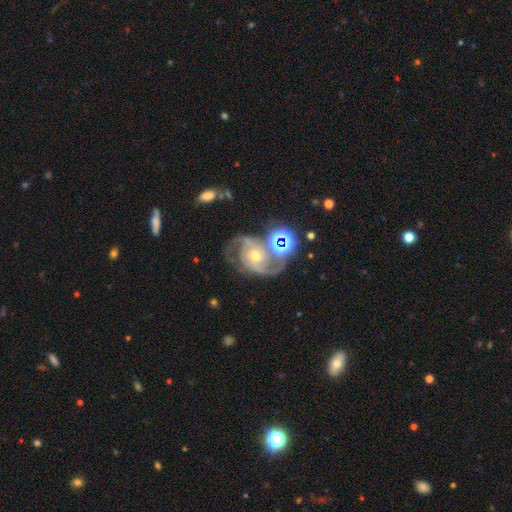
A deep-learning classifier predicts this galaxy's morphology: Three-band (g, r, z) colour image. It shows a featured or disk galaxy (84%) with no bar (65%), 2 (80%) medium (53%) spiral arms (96%) and a moderate central bulge (57%). Merging: none (53%).